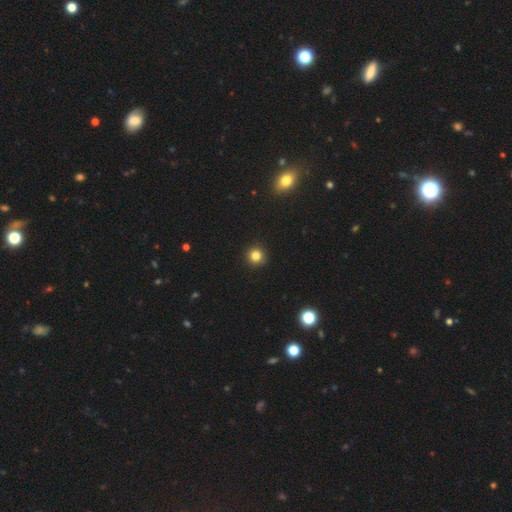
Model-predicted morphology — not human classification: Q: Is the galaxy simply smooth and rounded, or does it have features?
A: smooth — 83%.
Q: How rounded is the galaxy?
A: round — 94%.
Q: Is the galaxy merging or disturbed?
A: none — 92%.